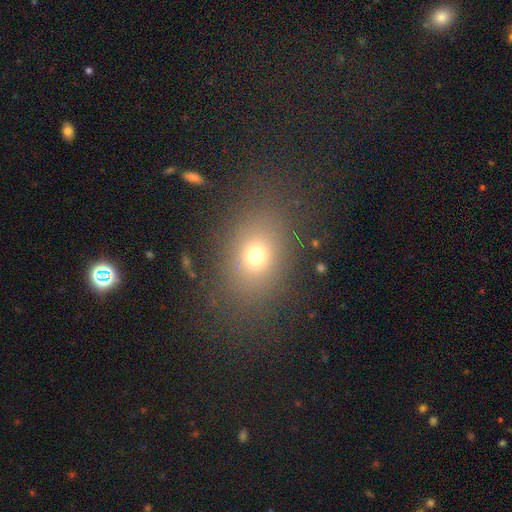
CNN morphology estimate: Smooth or featured? Predicted: smooth (p=0.70). How rounded? Predicted: in between (p=0.60). Merging? Predicted: none (p=0.79).